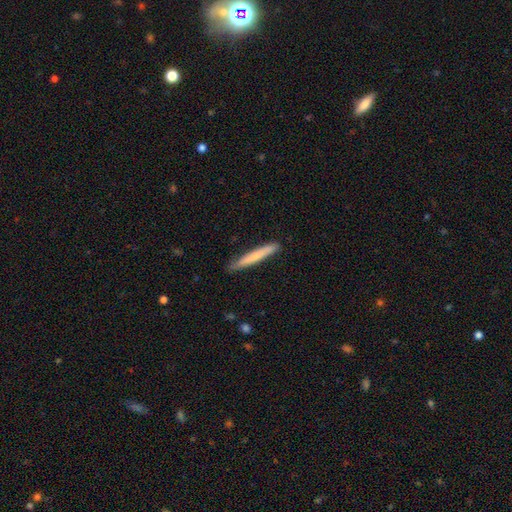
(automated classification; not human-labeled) Smooth or featured: smooth — 66% (featured or disk — 29%)
How rounded: cigar-shaped — 96% (in between — 3%)
Merging: none — 86% (minor disturbance — 11%)